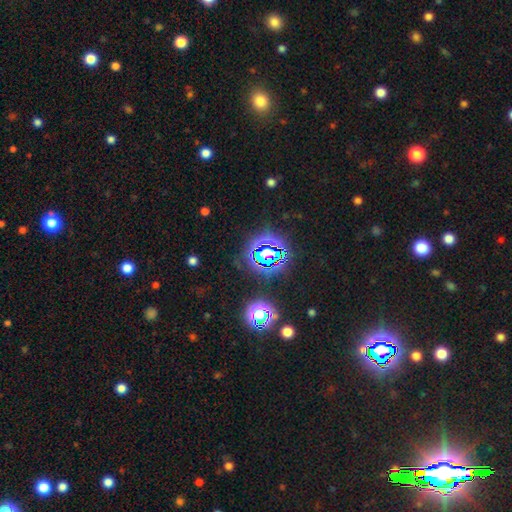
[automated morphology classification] smooth_or_featured: star or artifact (p=0.79) [alt: smooth p=0.14]